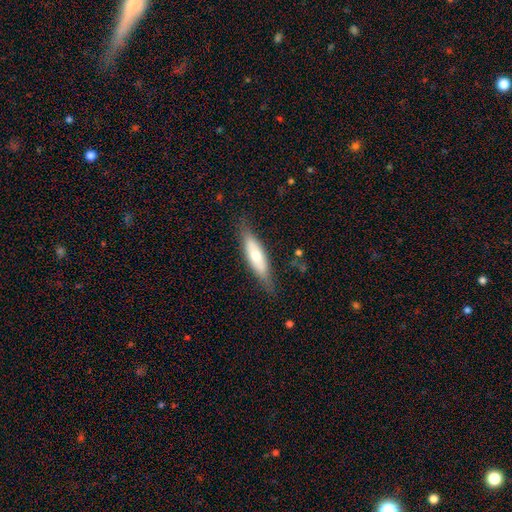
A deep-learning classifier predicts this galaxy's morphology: A smooth galaxy with no disk features (56%) that is cigar-shaped (57%).

Vote fractions:
- Smooth or featured? smooth: 56% / featured or disk: 38% / star or artifact: 6%
- How rounded? cigar-shaped: 57% / in between: 41% / round: 2%
- Merging? none: 78% / minor disturbance: 17% / major disturbance: 4% / merger: 1%